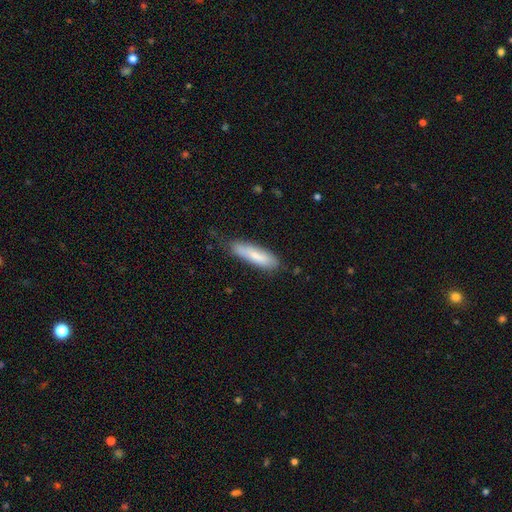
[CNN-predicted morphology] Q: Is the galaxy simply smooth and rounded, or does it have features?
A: smooth — 71%.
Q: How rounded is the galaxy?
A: cigar-shaped — 66%.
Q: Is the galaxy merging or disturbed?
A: none — 73%.